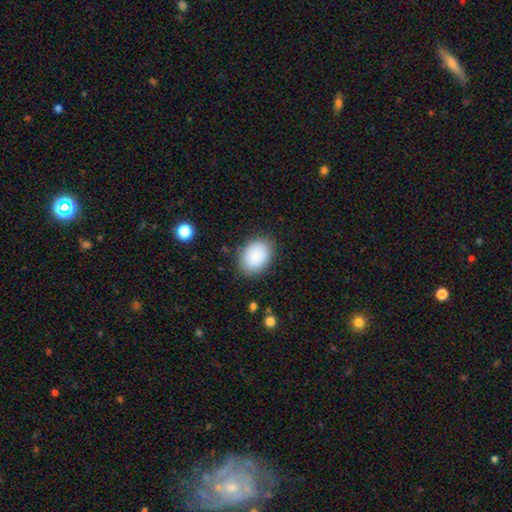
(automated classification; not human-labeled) The model was most divided on "how rounded": in between: 70%, round: 29%, cigar-shaped: 1%. More confident: smooth or featured — smooth (86%); merging — none (84%).